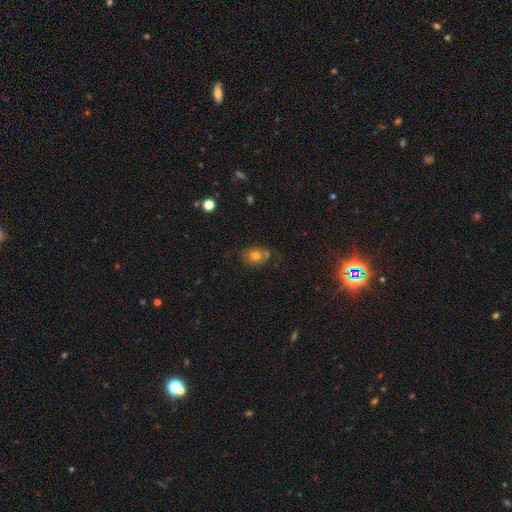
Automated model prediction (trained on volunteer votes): The model was most divided on "how rounded": round: 51%, in between: 48%, cigar-shaped: 1%. More confident: smooth or featured — smooth (70%); merging — none (59%).